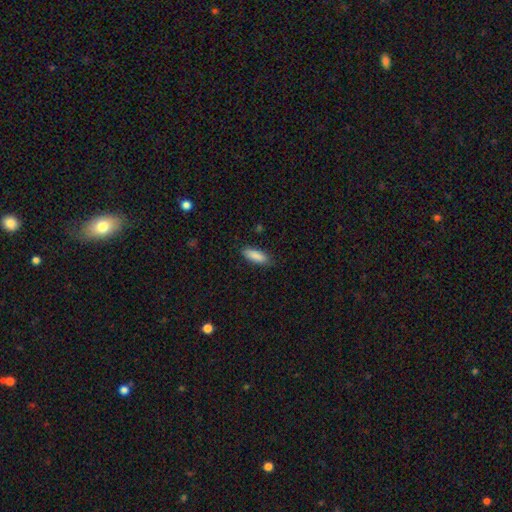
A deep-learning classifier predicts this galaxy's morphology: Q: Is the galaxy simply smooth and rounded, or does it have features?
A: smooth — 88%.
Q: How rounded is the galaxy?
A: in between — 59%.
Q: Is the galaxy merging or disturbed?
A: none — 86%.